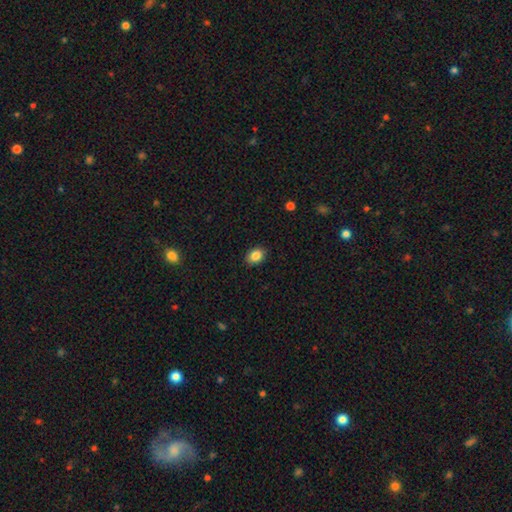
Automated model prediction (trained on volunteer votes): smooth 86%, star or artifact 9%, featured or disk 5%. Down the decision tree: how rounded — in between (70%); merging — none (89%).